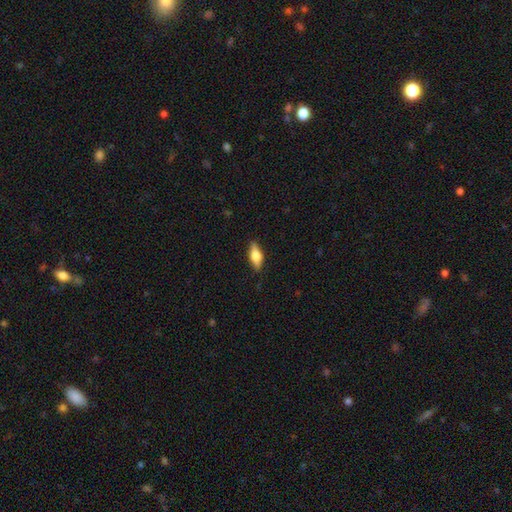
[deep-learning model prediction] Smooth or featured?
  - smooth: 55% *
  - featured or disk: 38%
  - star or artifact: 7%
How rounded?
  - in between: 69% *
  - cigar-shaped: 27%
  - round: 4%
Merging?
  - none: 85% *
  - minor disturbance: 12%
  - major disturbance: 2%
  - merger: 1%